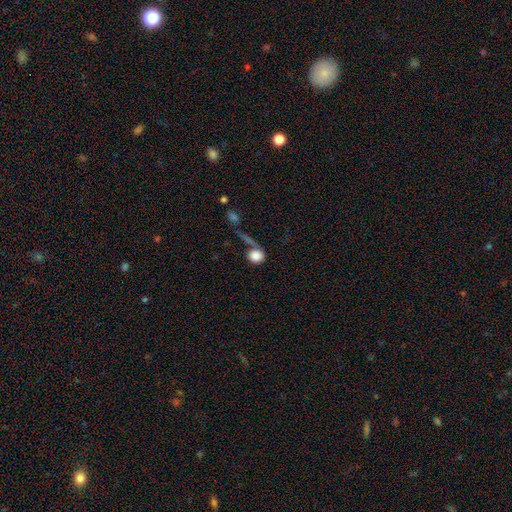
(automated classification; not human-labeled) Smooth or featured?
  - smooth: 84% *
  - star or artifact: 9%
  - featured or disk: 7%
How rounded?
  - round: 78% *
  - in between: 20%
  - cigar-shaped: 2%
Merging?
  - none: 48% *
  - merger: 23%
  - minor disturbance: 15%
  - major disturbance: 14%